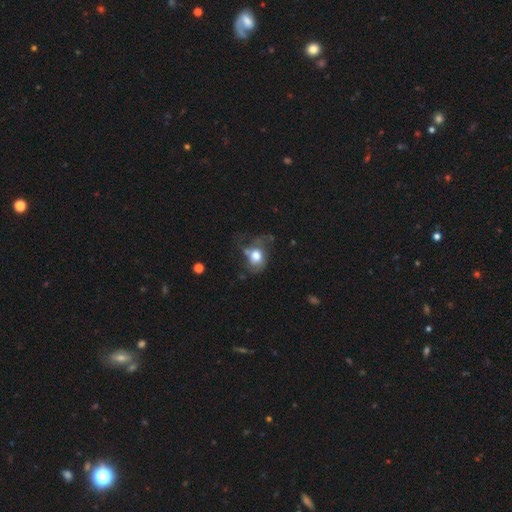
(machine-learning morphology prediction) smooth_or_featured: smooth (p=0.62) [alt: featured or disk p=0.28]
how_rounded: round (p=0.52) [alt: in between p=0.47]
merging: major disturbance (p=0.35) [alt: none p=0.31]